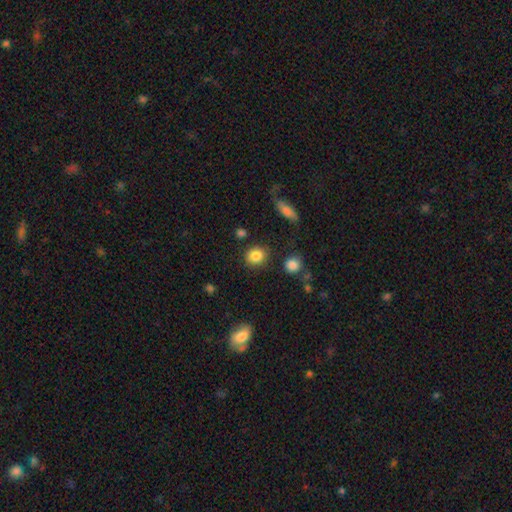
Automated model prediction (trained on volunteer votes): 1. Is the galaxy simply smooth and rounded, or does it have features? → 85% smooth, 9% star or artifact, 6% featured or disk.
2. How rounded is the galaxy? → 68% round, 31% in between, 1% cigar-shaped.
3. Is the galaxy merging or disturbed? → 84% none, 10% minor disturbance, 4% merger, 3% major disturbance.